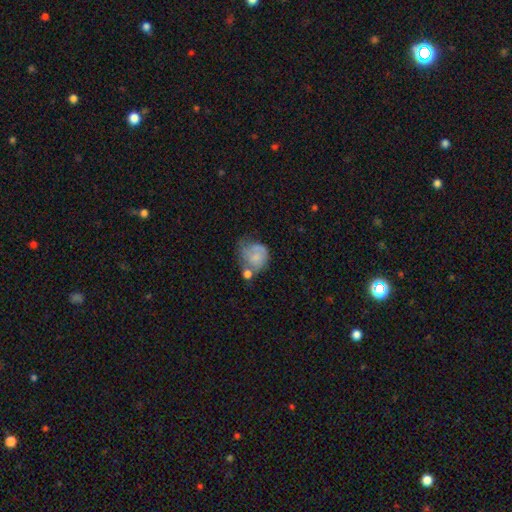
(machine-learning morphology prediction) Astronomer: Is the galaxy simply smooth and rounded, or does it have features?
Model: smooth — 65%.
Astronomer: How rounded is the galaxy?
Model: round — 66%.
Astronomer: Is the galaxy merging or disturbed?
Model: minor disturbance — 26% (runner-up: merger, 25%).